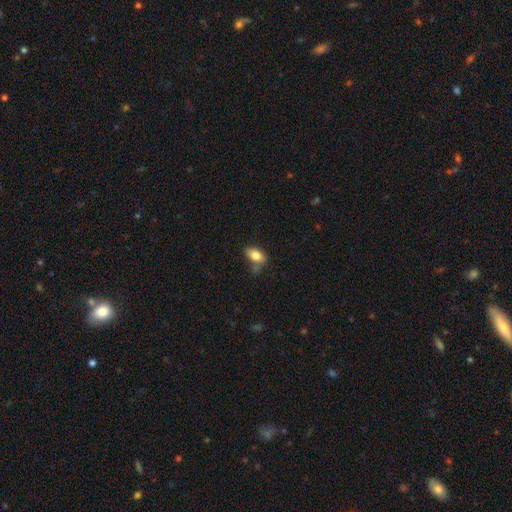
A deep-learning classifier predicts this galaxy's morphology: The model was most divided on "merging": none: 64%, minor disturbance: 21%, merger: 10%, major disturbance: 5%. More confident: how rounded — in between (90%); smooth or featured — smooth (81%).